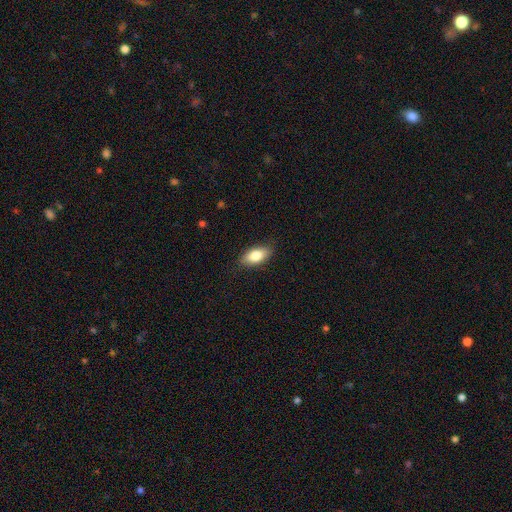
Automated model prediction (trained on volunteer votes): smooth-or-featured: smooth: 83% | featured or disk: 10% | star or artifact: 7%
  how-rounded: in between: 88% | cigar-shaped: 8% | round: 4%
  merging: none: 85% | minor disturbance: 11% | major disturbance: 2% | merger: 1%